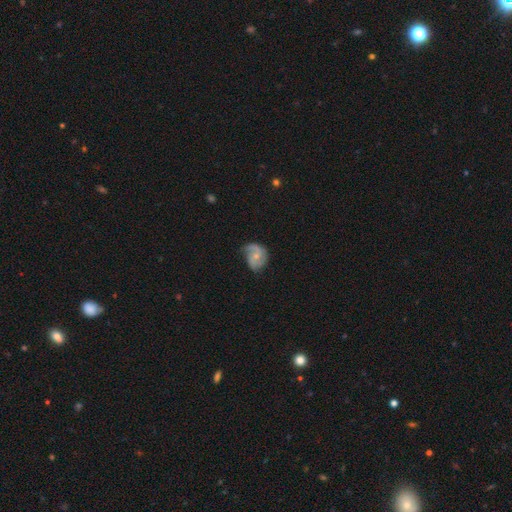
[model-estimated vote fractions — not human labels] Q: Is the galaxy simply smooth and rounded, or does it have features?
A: featured or disk — 72%.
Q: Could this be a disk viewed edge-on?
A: no — 98%.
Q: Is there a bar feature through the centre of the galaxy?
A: no — 63%.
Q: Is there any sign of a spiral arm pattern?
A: yes — 92%.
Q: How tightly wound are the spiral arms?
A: medium — 45%.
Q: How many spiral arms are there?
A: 2 — 65%.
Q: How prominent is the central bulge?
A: small — 62%.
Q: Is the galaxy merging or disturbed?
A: none — 48%.